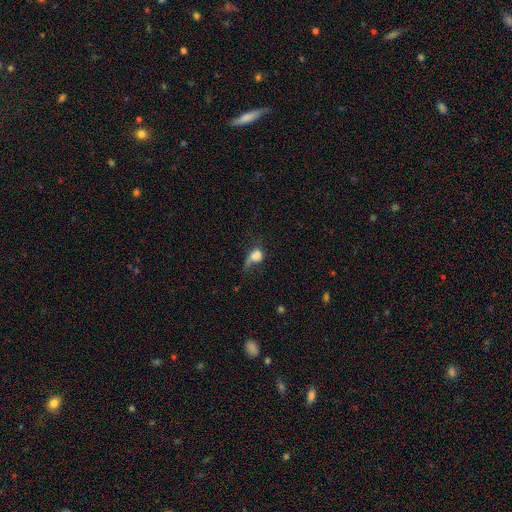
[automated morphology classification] type=smooth (69%); roundness=in between (54%); merging=major disturbance (46%).